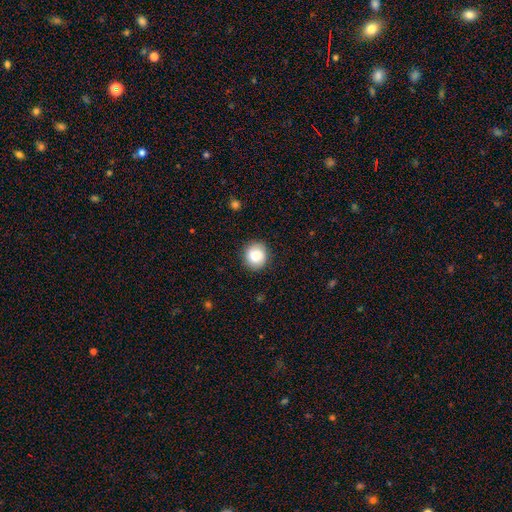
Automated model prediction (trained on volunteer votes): smooth-or-featured: smooth: 81% | featured or disk: 11% | star or artifact: 8%
  how-rounded: round: 87% | in between: 13% | cigar-shaped: 1%
  merging: none: 87% | minor disturbance: 9% | major disturbance: 3% | merger: 1%